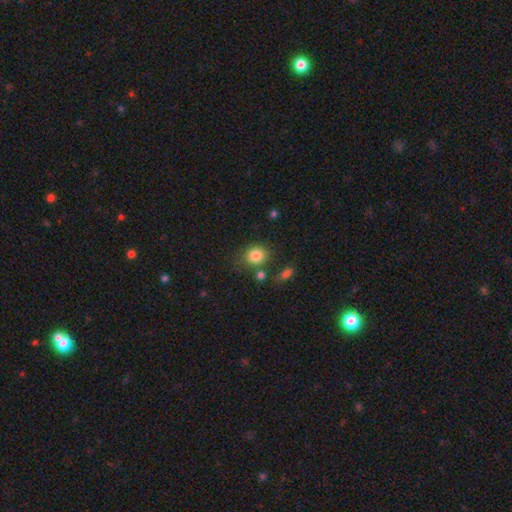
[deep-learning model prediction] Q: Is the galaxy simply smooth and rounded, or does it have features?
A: smooth — 83%.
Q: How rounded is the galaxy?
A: round — 71%.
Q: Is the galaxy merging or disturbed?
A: none — 71%.